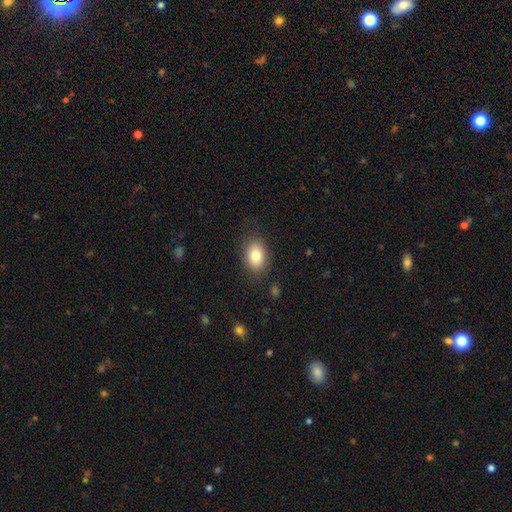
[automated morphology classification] smooth-or-featured: smooth: 81% | featured or disk: 11% | star or artifact: 8%
  how-rounded: in between: 79% | round: 20% | cigar-shaped: 1%
  merging: none: 83% | minor disturbance: 12% | major disturbance: 4% | merger: 1%